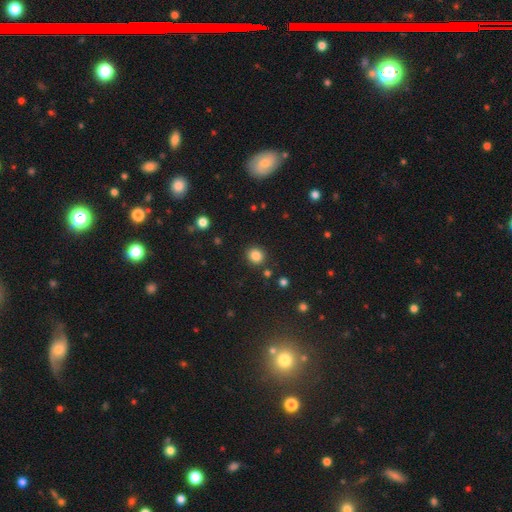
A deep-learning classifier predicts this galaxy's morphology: smooth_or_featured: smooth (p=0.84) [alt: star or artifact p=0.11]
how_rounded: round (p=0.87) [alt: in between p=0.12]
merging: none (p=0.88) [alt: minor disturbance p=0.07]